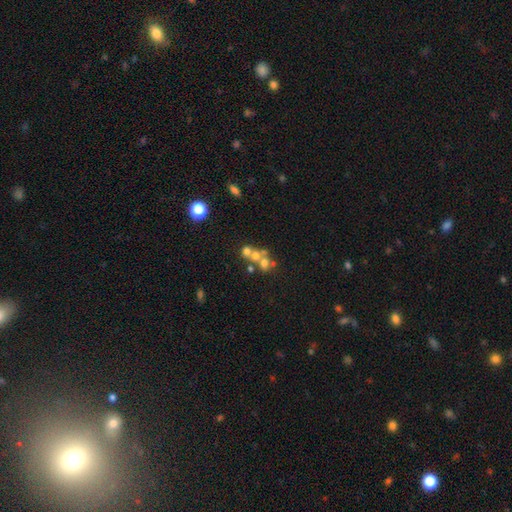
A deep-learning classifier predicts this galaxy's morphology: type=smooth (49%); merging=merger (54%).